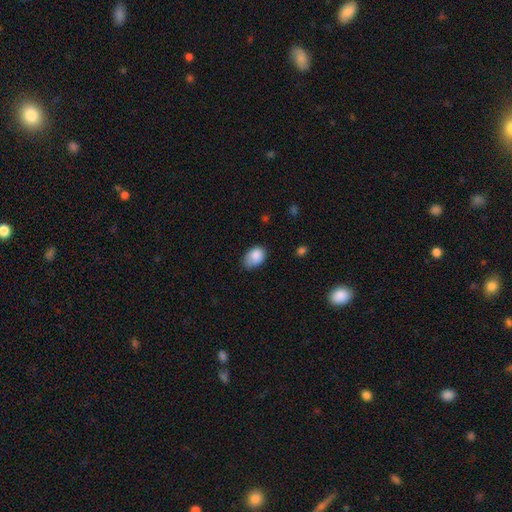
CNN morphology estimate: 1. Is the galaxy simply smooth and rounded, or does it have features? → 86% smooth, 8% star or artifact, 6% featured or disk.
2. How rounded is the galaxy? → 78% in between, 21% round, 1% cigar-shaped.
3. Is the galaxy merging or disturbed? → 54% none, 37% minor disturbance, 7% major disturbance, 2% merger.